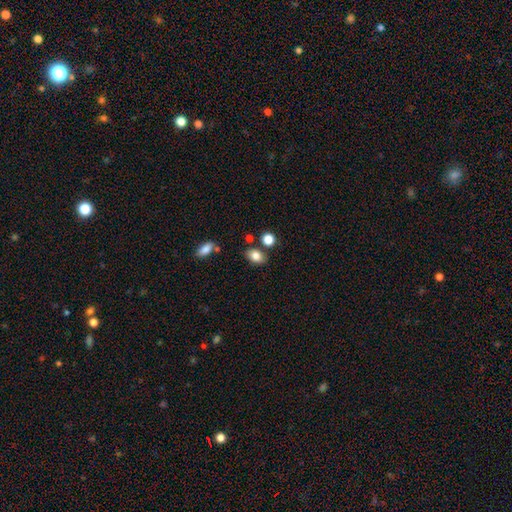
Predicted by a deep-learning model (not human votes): A smooth galaxy with no disk features (83%) that is in between round and cigar-shaped (75%). Merging: none (76%).